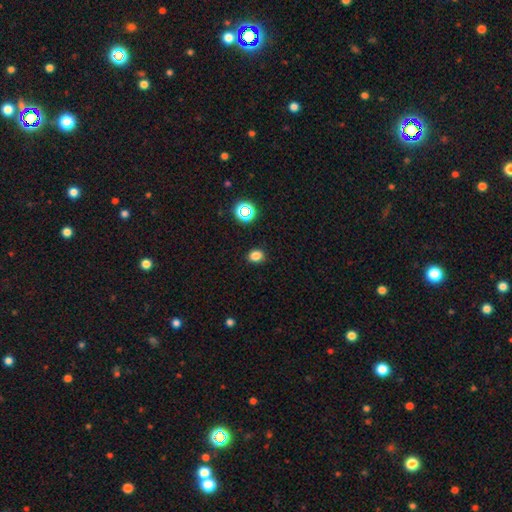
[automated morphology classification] A smooth galaxy with no disk features (80%) that is round (51%). Merging: none (88%).